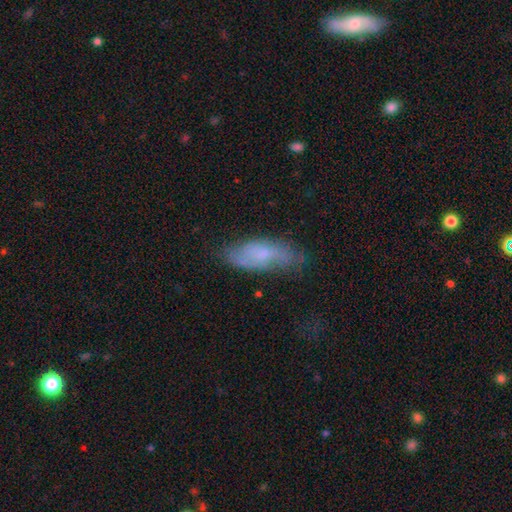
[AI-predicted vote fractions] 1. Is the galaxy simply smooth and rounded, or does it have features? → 52% smooth, 40% featured or disk, 8% star or artifact.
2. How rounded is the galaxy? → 67% in between, 31% cigar-shaped, 2% round.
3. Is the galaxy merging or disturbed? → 64% none, 26% minor disturbance, 9% major disturbance, 2% merger.